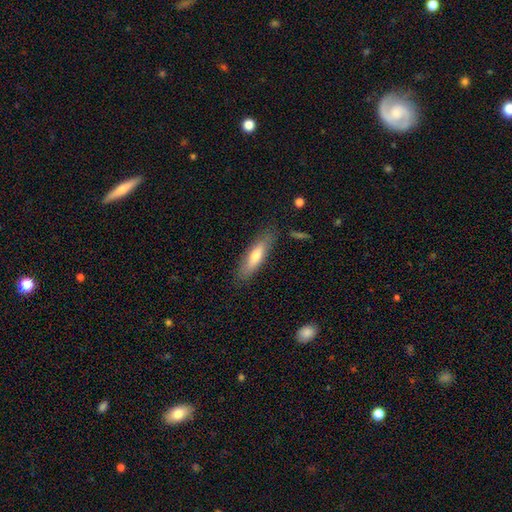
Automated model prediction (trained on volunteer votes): smooth_or_featured: smooth (p=0.65) [alt: featured or disk p=0.29]
how_rounded: cigar-shaped (p=0.64) [alt: in between p=0.34]
merging: none (p=0.82) [alt: minor disturbance p=0.13]